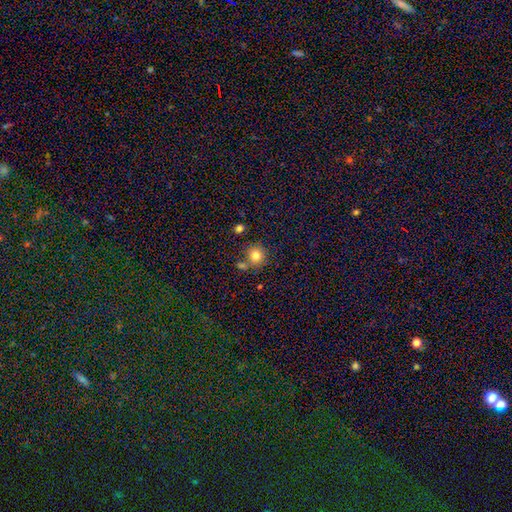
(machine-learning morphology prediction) smooth-or-featured: smooth: 80% | star or artifact: 11% | featured or disk: 8%
  how-rounded: round: 90% | in between: 9% | cigar-shaped: 1%
  merging: none: 67% | merger: 19% | minor disturbance: 11% | major disturbance: 4%